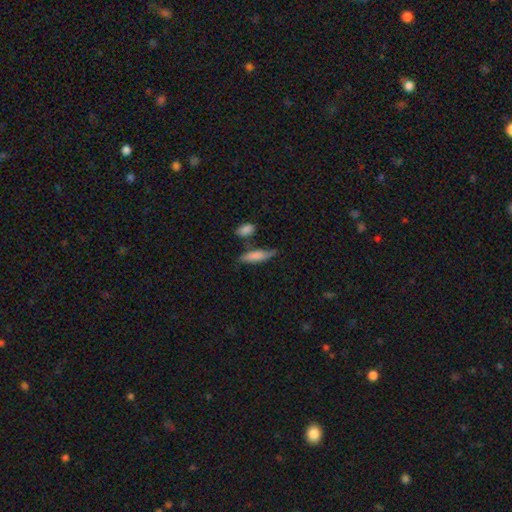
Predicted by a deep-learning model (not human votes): Q: Smooth or featured?
A: smooth (74%); runner-up: featured or disk (19%)
Q: How rounded?
A: cigar-shaped (58%); runner-up: in between (39%)
Q: Merging?
A: none (59%); runner-up: minor disturbance (24%)